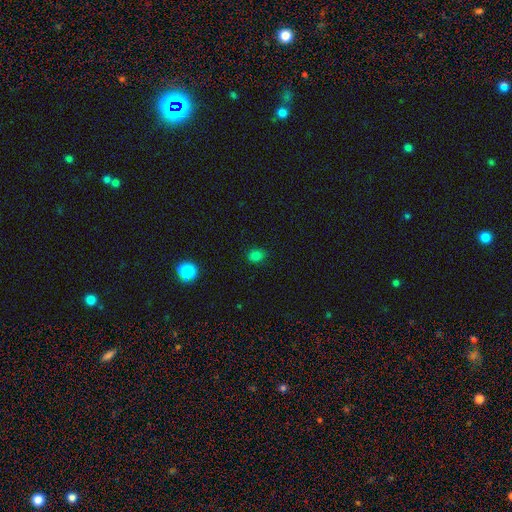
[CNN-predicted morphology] This appears to be a smooth galaxy with no disk features (79%) that is round (55%). Merging: none (84%).